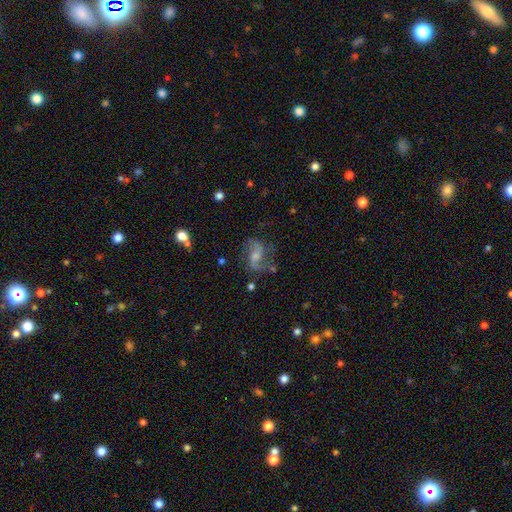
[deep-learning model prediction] Q: Smooth or featured?
A: featured or disk (77%); runner-up: smooth (12%)
Q: Edge-on disk?
A: no (97%); runner-up: yes (3%)
Q: Bar?
A: weak (46%); runner-up: no (38%)
Q: Spiral arms?
A: yes (94%); runner-up: no (6%)
Q: Spiral winding?
A: loose (45%); runner-up: medium (43%)
Q: Spiral arm count?
A: 2 (86%); runner-up: can't tell (6%)
Q: Bulge size?
A: moderate (42%); runner-up: small (41%)
Q: Merging?
A: none (70%); runner-up: minor disturbance (17%)